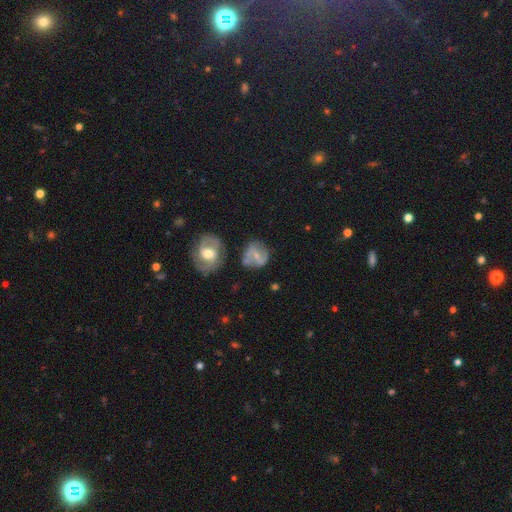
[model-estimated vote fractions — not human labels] Smooth or featured? Predicted: featured or disk (p=0.57). Edge-on disk? Predicted: no (p=0.96). Bar? Predicted: weak (p=0.47). Spiral arms? Predicted: yes (p=0.77). Bulge size? Predicted: small (p=0.56). Merging? Predicted: none (p=0.61).